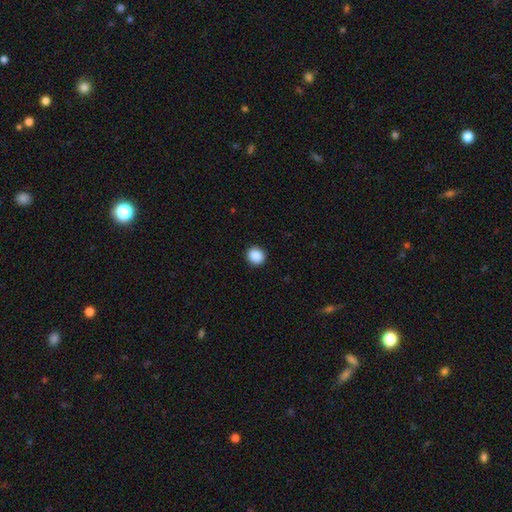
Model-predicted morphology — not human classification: smooth 88%, star or artifact 9%, featured or disk 3%. Down the decision tree: how rounded — round (89%); merging — none (92%).